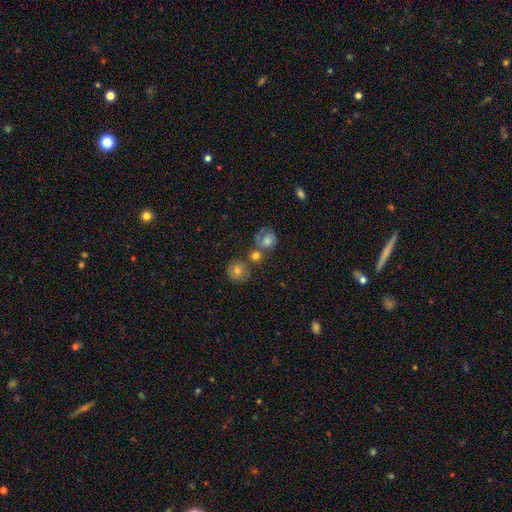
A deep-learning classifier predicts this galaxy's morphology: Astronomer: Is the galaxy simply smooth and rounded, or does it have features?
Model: smooth — 42% (runner-up: featured or disk, 34%).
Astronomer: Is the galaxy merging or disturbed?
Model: none — 59%.